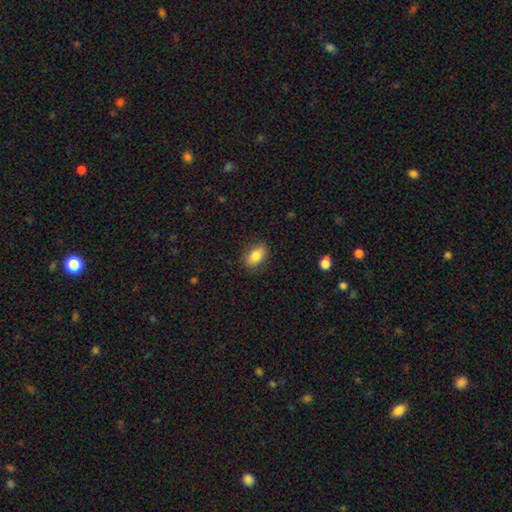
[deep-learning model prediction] Overall: smooth (83%). How rounded: in between (88%). Merging: none (84%).